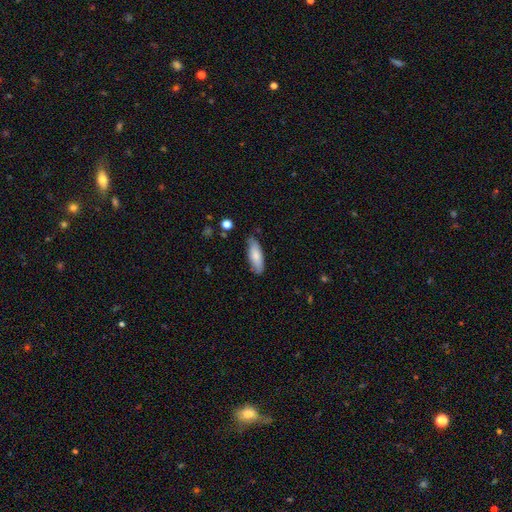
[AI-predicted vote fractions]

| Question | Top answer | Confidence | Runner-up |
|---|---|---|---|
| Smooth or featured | smooth | 80% | featured or disk (14%) |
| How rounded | in between | 62% | cigar-shaped (36%) |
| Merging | none | 79% | minor disturbance (17%) |